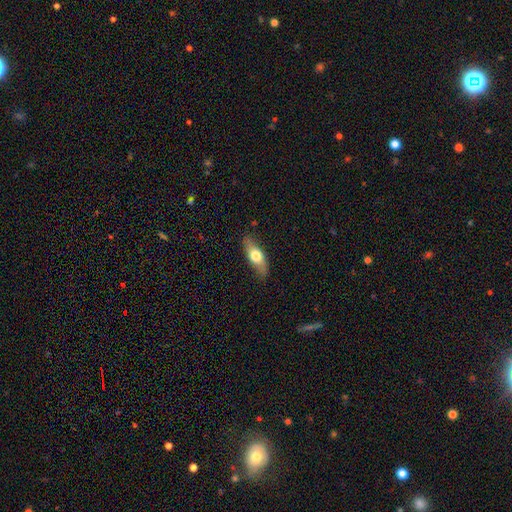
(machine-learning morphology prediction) Overall: smooth (59%; featured or disk 35%). How rounded: in between (60%; cigar-shaped 37%). Merging: none (83%).